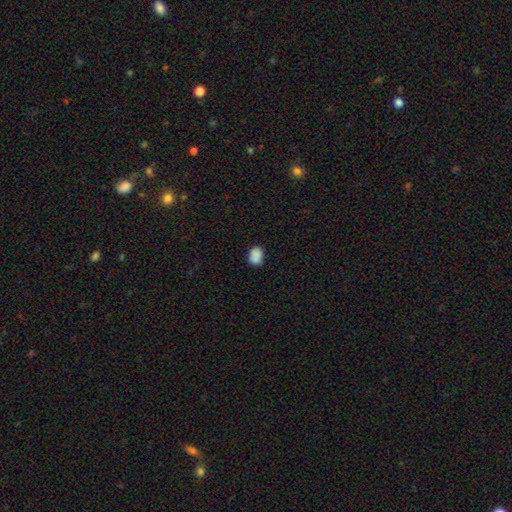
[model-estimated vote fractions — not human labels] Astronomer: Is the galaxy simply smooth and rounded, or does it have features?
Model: smooth — 85%.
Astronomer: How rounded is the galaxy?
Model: in between — 53% (runner-up: round, 46%).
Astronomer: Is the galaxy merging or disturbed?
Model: none — 74%.